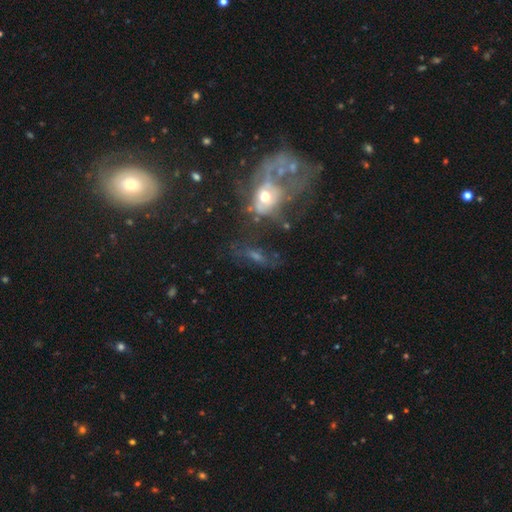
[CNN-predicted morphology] Smooth or featured? featured or disk (53%)
Edge-on disk? no (88%)
Merging? major disturbance (37%)